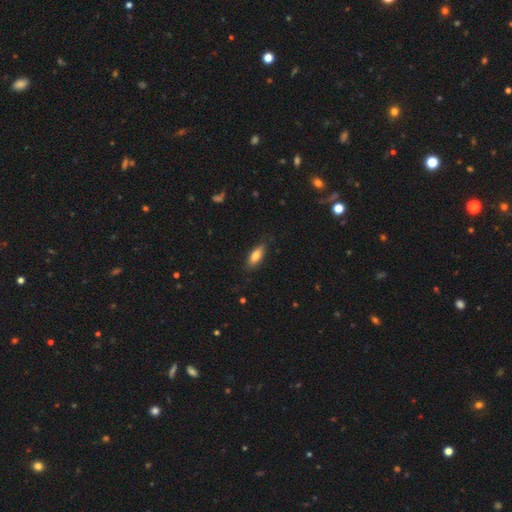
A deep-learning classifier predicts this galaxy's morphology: A smooth galaxy with no disk features (75%) that is in between round and cigar-shaped (69%). Merging: none (83%).